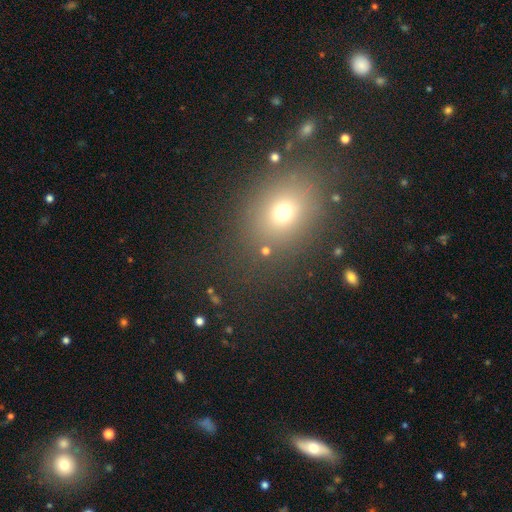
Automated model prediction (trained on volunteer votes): Overall: smooth (63%; star or artifact 26%). How rounded: in between (49%, tied with round). Merging: none (82%).